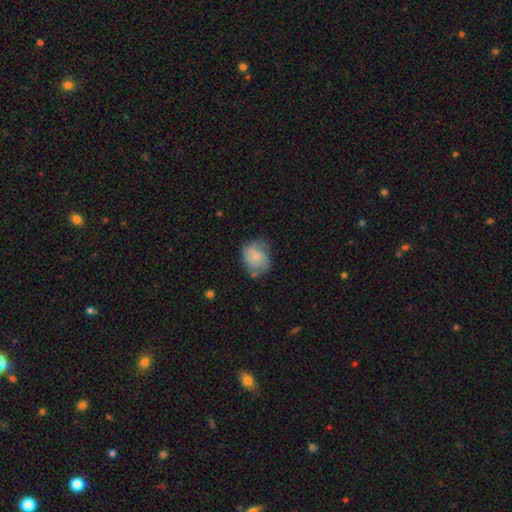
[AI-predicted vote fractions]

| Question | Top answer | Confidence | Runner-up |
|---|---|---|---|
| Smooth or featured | smooth | 59% | featured or disk (34%) |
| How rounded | round | 62% | in between (37%) |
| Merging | none | 50% | minor disturbance (32%) |